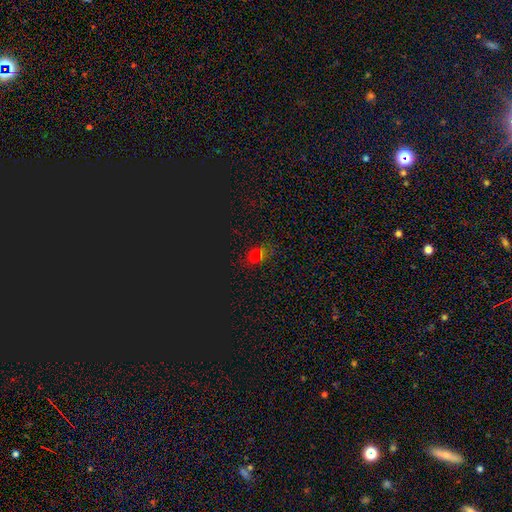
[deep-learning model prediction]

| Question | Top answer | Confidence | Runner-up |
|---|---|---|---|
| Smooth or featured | smooth | 48% | star or artifact (44%) |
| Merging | none | 75% | minor disturbance (14%) |